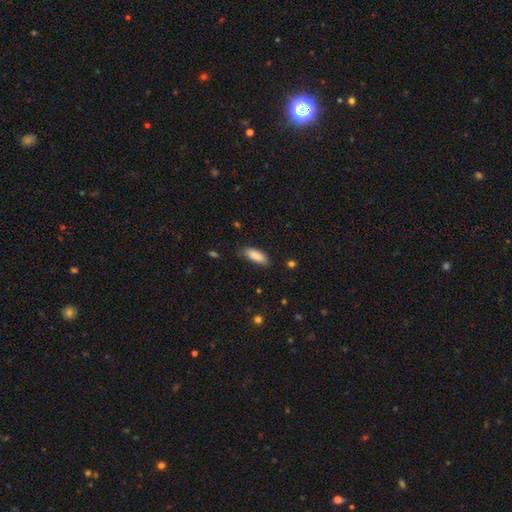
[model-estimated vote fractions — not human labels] A smooth galaxy with no disk features (87%) that is in between round and cigar-shaped (71%). Merging: none (75%).